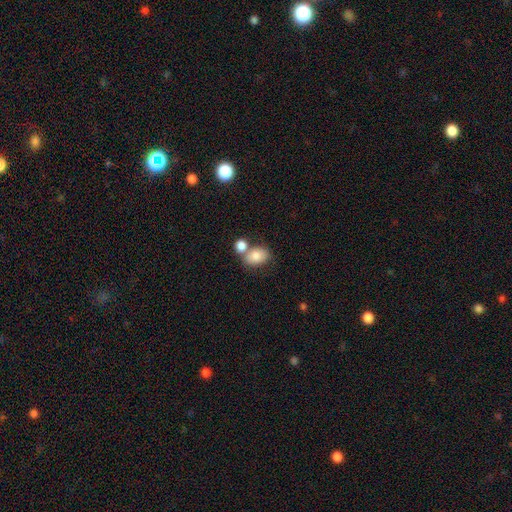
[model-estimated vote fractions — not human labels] smooth 81%, featured or disk 11%, star or artifact 8%. Down the decision tree: how rounded — in between (73%); merging — none (45%).